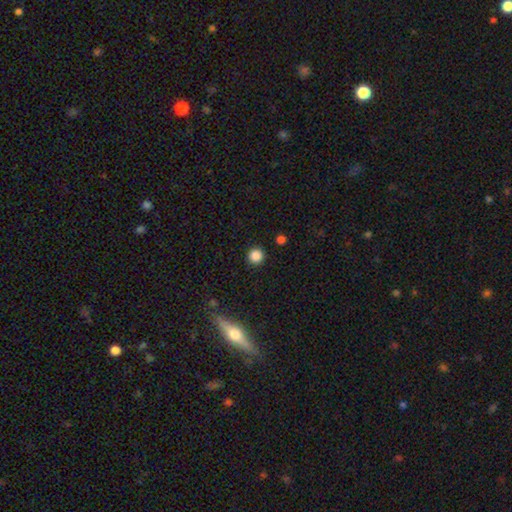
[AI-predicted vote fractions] A smooth galaxy with no disk features (86%) that is round (95%). Merging: none (92%).